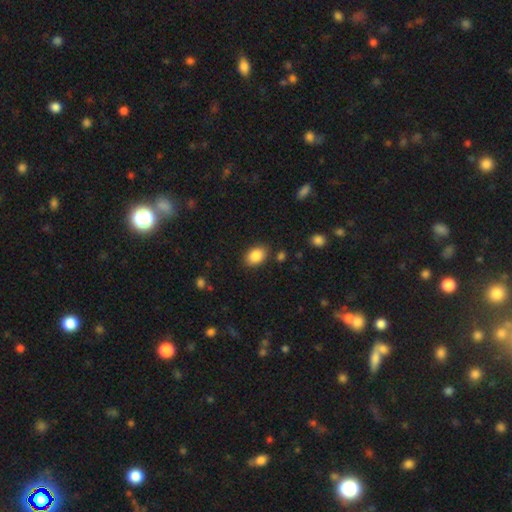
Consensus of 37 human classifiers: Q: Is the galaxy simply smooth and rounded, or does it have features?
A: smooth — 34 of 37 (92%).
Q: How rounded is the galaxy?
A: in between — 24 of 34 (71%).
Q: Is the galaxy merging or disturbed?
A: none — 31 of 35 (89%).